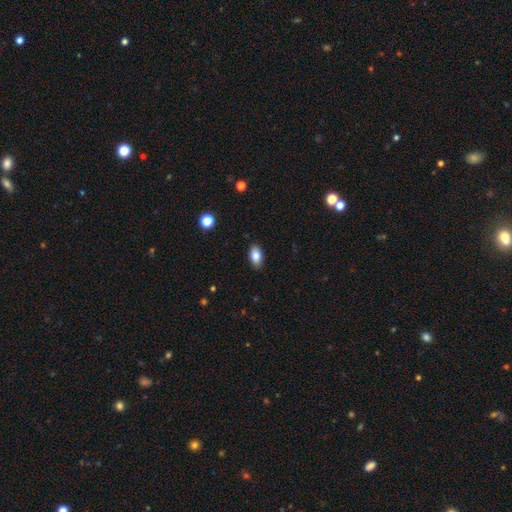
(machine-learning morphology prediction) smooth_or_featured: smooth (p=0.84) [alt: star or artifact p=0.08]
how_rounded: in between (p=0.92) [alt: round p=0.05]
merging: none (p=0.88) [alt: minor disturbance p=0.09]